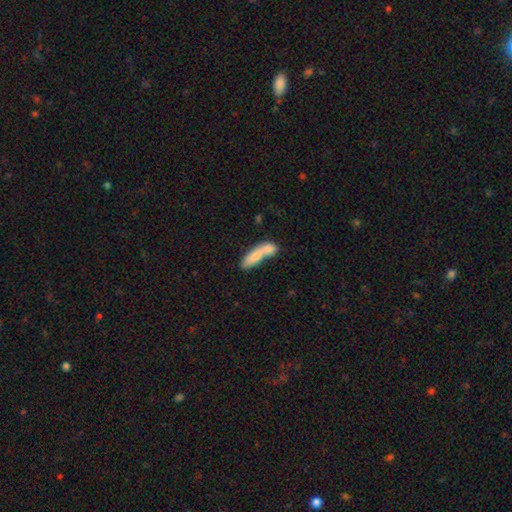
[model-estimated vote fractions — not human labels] A smooth galaxy with no disk features (78%) that is cigar-shaped (51%).

Vote fractions:
- Smooth or featured? smooth: 78% / featured or disk: 16% / star or artifact: 7%
- How rounded? cigar-shaped: 51% / in between: 46% / round: 3%
- Merging? merger: 55% / none: 27% / minor disturbance: 12% / major disturbance: 6%